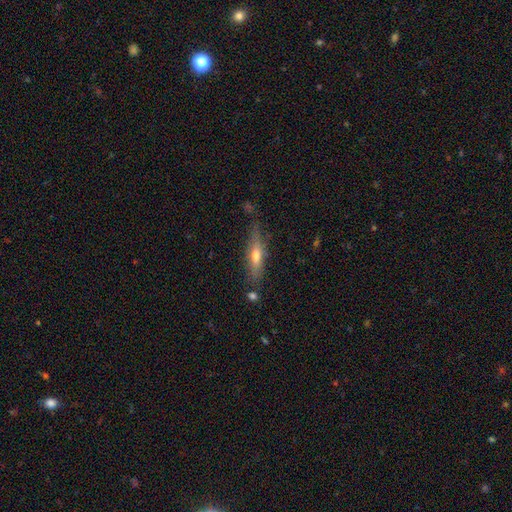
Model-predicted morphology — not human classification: type=smooth (49%); merging=none (71%).